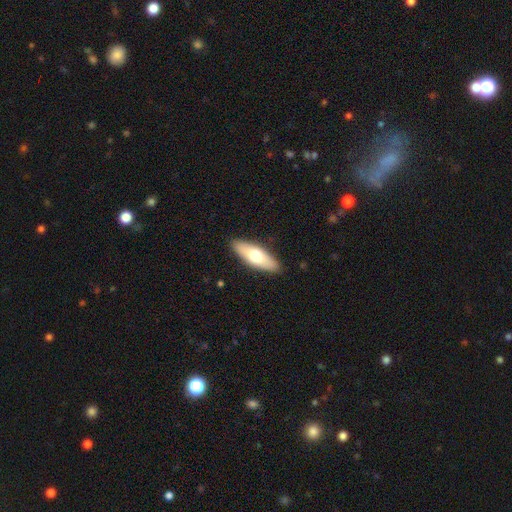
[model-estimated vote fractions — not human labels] The model was most divided on "how rounded": in between: 64%, cigar-shaped: 34%, round: 2%. More confident: merging — none (88%); smooth or featured — smooth (63%).